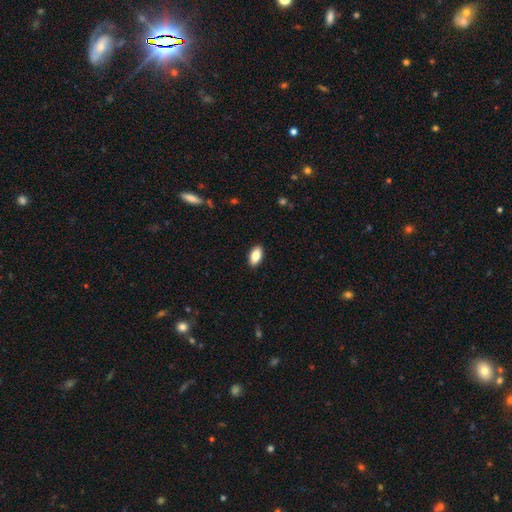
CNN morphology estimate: A smooth galaxy with no disk features (84%) that is in between round and cigar-shaped (92%).

Vote fractions:
- Smooth or featured? smooth: 84% / featured or disk: 9% / star or artifact: 7%
- How rounded? in between: 92% / cigar-shaped: 4% / round: 3%
- Merging? none: 90% / minor disturbance: 7% / major disturbance: 2% / merger: 1%